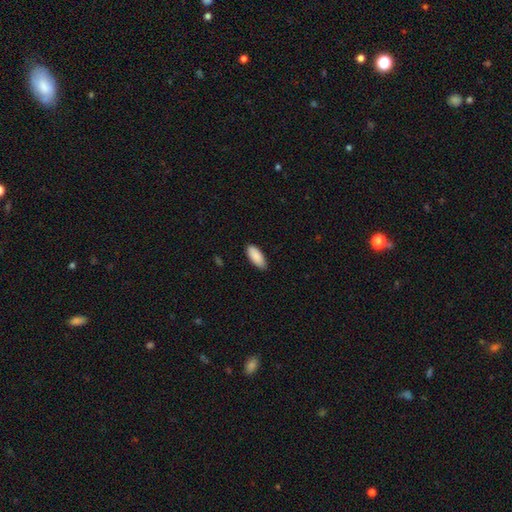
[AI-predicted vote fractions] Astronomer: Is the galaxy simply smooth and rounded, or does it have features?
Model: smooth — 90%.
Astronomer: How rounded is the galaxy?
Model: in between — 85%.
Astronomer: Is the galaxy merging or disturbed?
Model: none — 88%.